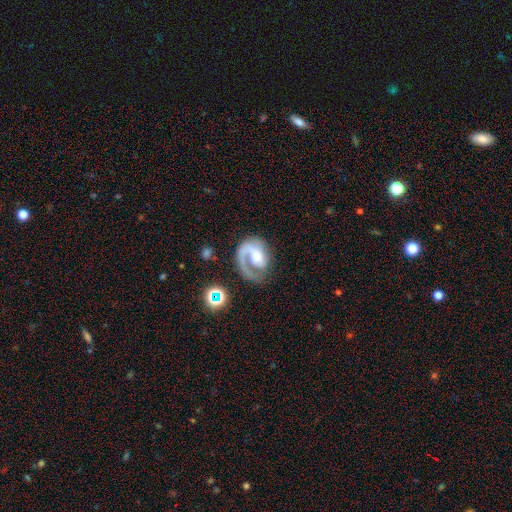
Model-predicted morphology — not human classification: Overall: featured or disk (80%). Edge-on disk: no (98%). Bar: no (55%; weak 35%). Spiral arms: yes (93%). Spiral arm count: 1 (83%). Spiral winding: medium (40%; tight 37%). Bulge size: moderate (41%; small 29%). Merging: none (52%; major disturbance 27%).